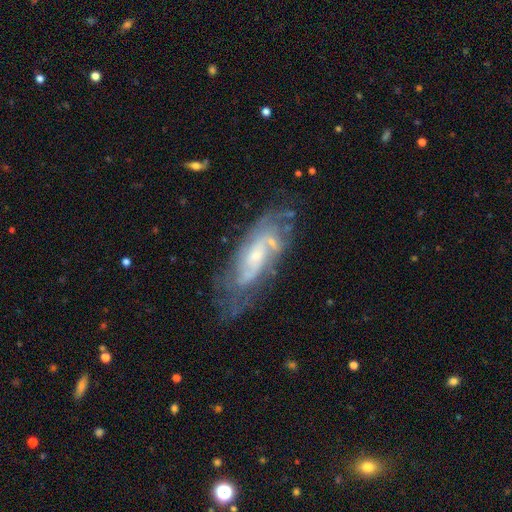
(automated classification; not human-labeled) This appears to be a featured or disk galaxy (76%) with no bar (62%), tight (52%) spiral arms (85%) and a small central bulge (61%). Merging: none (60%).